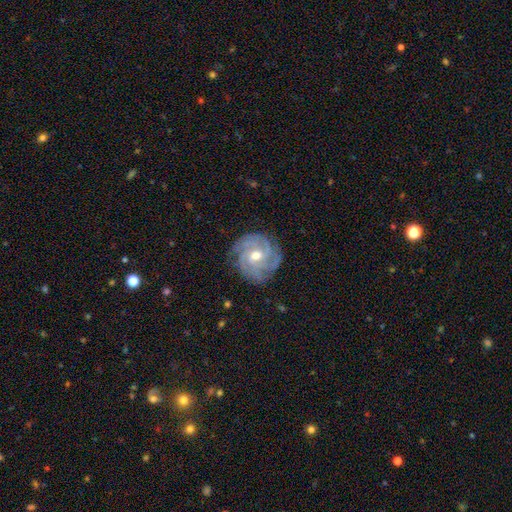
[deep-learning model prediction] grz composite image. It shows a featured or disk galaxy (87%) with no bar (52%), 3 (26%) tight (72%) spiral arms (97%) and a moderate central bulge (67%). Merging: none (82%).